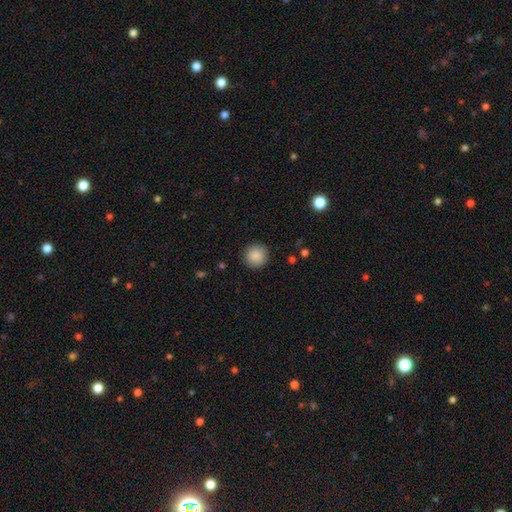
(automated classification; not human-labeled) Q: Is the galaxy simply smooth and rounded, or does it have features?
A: smooth — 88%.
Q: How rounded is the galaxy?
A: round — 95%.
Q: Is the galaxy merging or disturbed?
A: none — 91%.